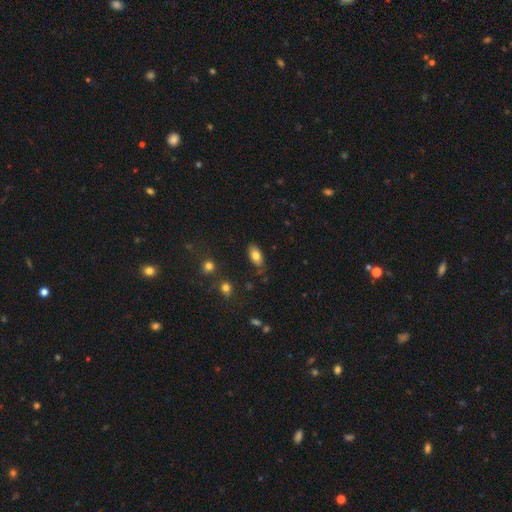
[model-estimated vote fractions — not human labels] smooth_or_featured: smooth (p=0.79) [alt: featured or disk p=0.13]
how_rounded: in between (p=0.89) [alt: cigar-shaped p=0.06]
merging: none (p=0.76) [alt: minor disturbance p=0.17]